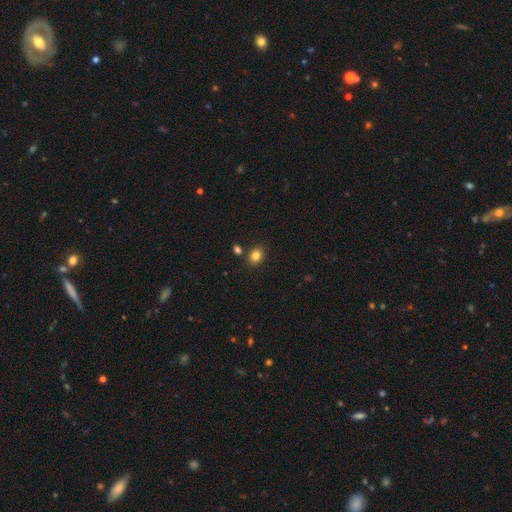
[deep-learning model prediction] smooth-or-featured: smooth: 82% | star or artifact: 12% | featured or disk: 6%
  how-rounded: round: 50% | in between: 49% | cigar-shaped: 1%
  merging: none: 81% | minor disturbance: 10% | merger: 7% | major disturbance: 3%